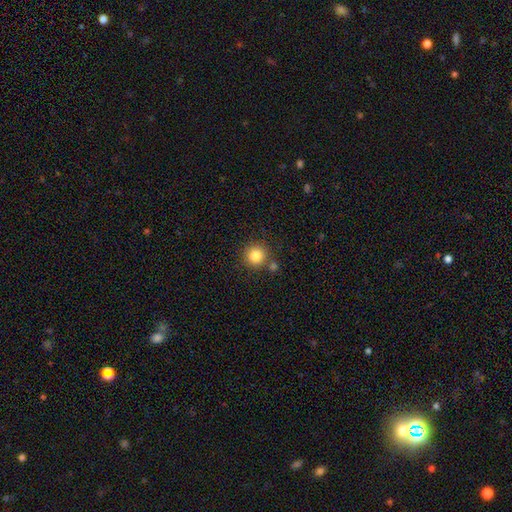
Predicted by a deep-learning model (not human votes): A smooth galaxy with no disk features (83%) that is round (94%).

Vote fractions:
- Smooth or featured? smooth: 83% / star or artifact: 11% / featured or disk: 6%
- How rounded? round: 94% / in between: 5% / cigar-shaped: 1%
- Merging? none: 78% / merger: 11% / minor disturbance: 9% / major disturbance: 3%